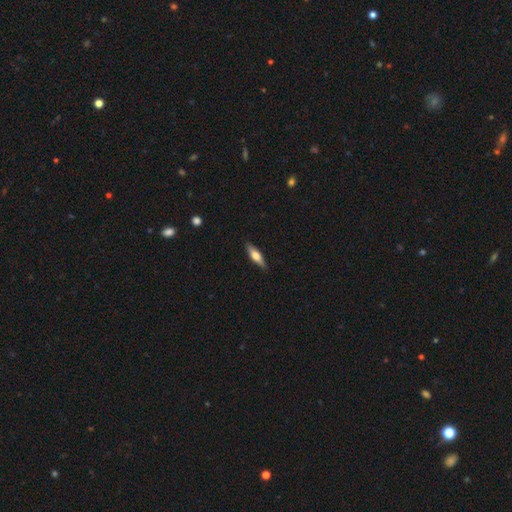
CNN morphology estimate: smooth_or_featured: smooth (p=0.52) [alt: featured or disk p=0.42]
how_rounded: cigar-shaped (p=0.57) [alt: in between p=0.40]
merging: none (p=0.88) [alt: minor disturbance p=0.09]